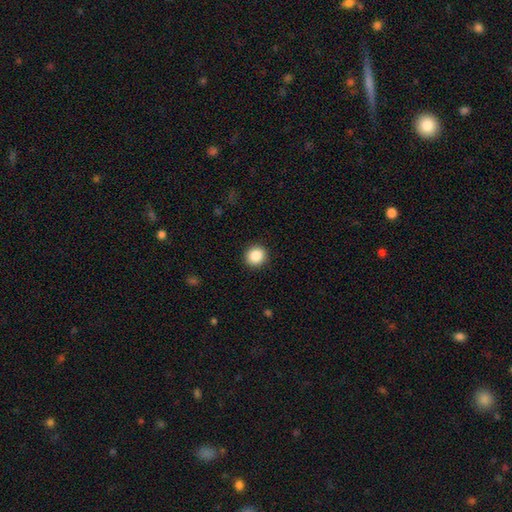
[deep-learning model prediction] Smooth or featured? Predicted: smooth (p=0.87). How rounded? Predicted: round (p=0.90). Merging? Predicted: none (p=0.91).